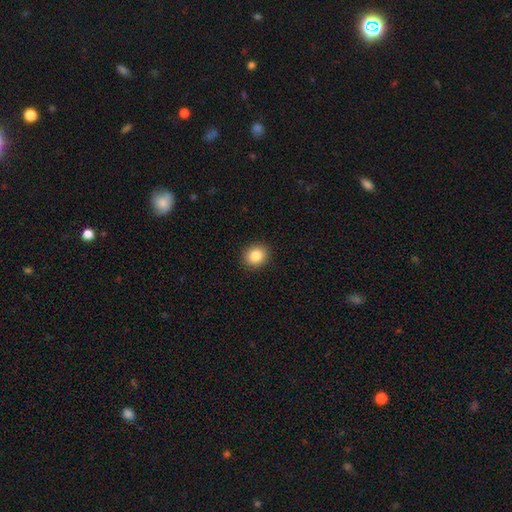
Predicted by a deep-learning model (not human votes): A smooth galaxy with no disk features (84%) that is round (77%). Merging: none (91%).